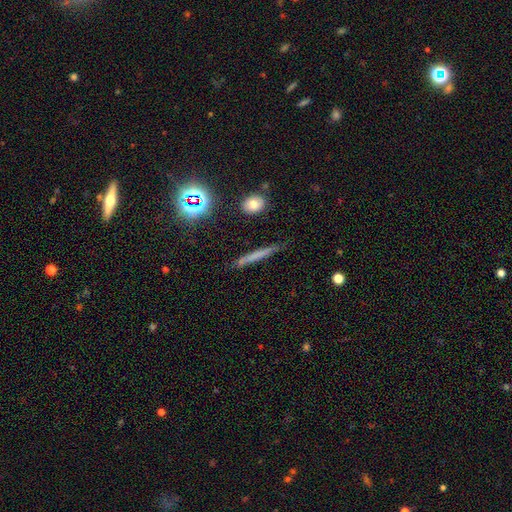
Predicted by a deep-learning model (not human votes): Smooth or featured: smooth — 57% (featured or disk — 30%)
How rounded: cigar-shaped — 92% (in between — 4%)
Merging: none — 82% (minor disturbance — 13%)